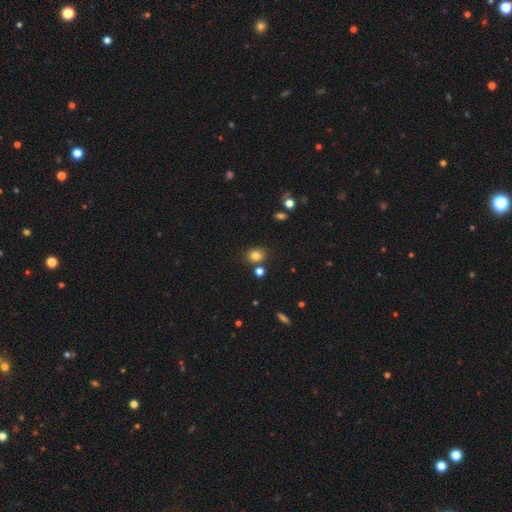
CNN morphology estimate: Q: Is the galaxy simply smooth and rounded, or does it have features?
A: smooth — 80%.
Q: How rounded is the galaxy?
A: round — 62%.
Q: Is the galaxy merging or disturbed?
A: none — 78%.